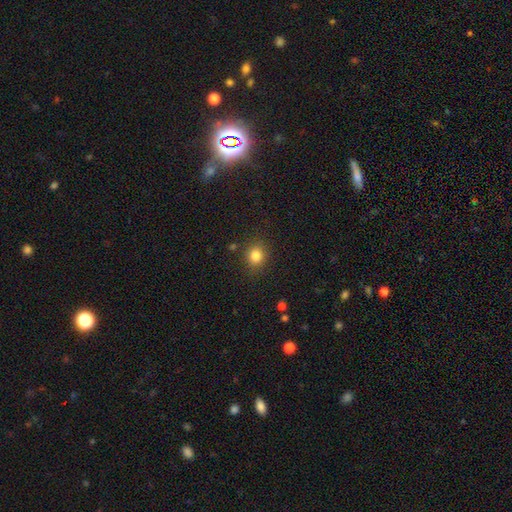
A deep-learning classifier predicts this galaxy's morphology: This is clearly a smooth galaxy (83%). How rounded: likely round (77%). Merging: clearly none (85%).